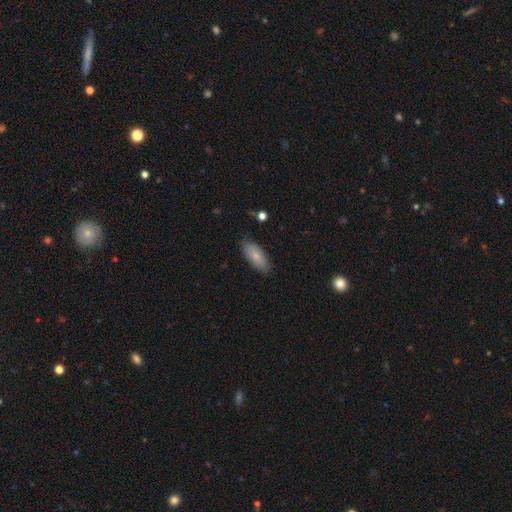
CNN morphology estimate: This appears to be a smooth galaxy with no disk features (80%) that is in between round and cigar-shaped (84%). Merging: none (85%).